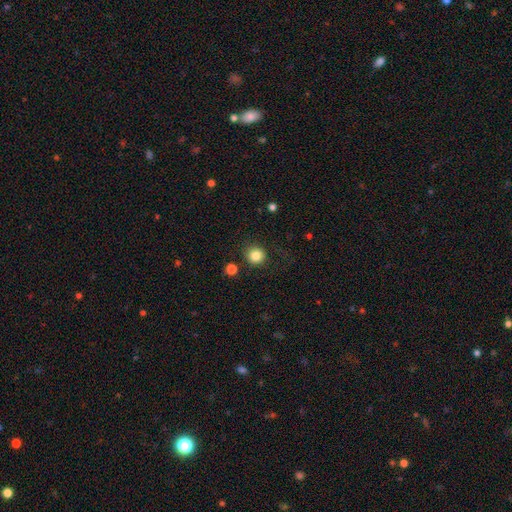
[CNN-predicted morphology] This appears to be a smooth galaxy with no disk features (84%) that is round (92%). Merging: none (84%).